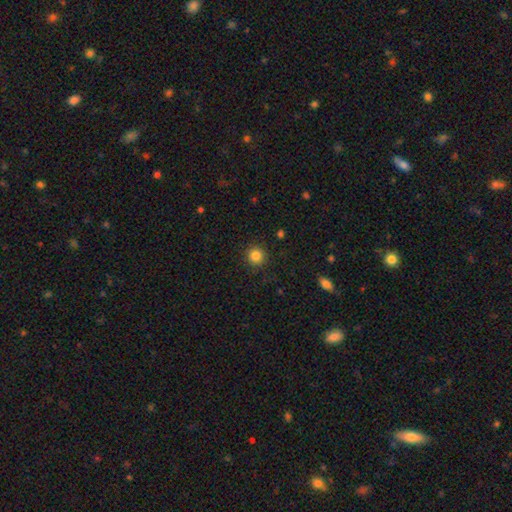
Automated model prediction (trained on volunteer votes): This is clearly a smooth galaxy (84%). How rounded: clearly round (94%). Merging: clearly none (91%).